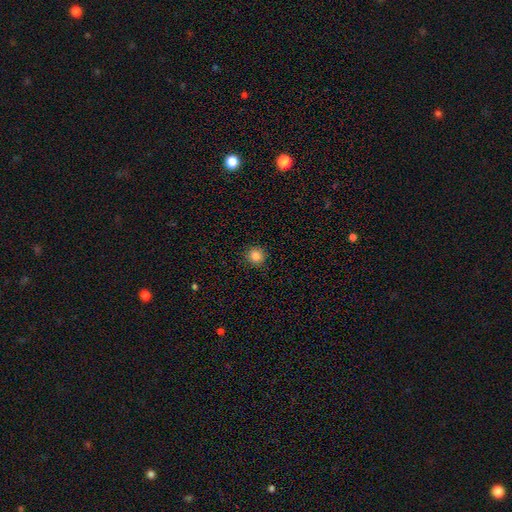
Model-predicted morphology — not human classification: A smooth galaxy with no disk features (85%) that is round (90%).

Vote fractions:
- Smooth or featured? smooth: 85% / star or artifact: 11% / featured or disk: 4%
- How rounded? round: 90% / in between: 9% / cigar-shaped: 1%
- Merging? none: 91% / minor disturbance: 6% / major disturbance: 2% / merger: 1%